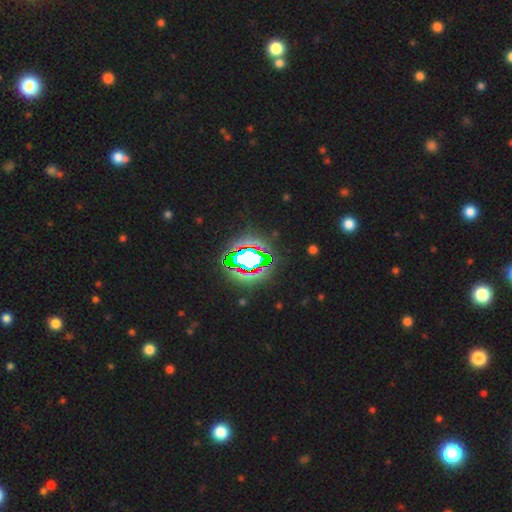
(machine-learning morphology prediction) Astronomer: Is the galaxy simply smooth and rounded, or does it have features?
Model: star or artifact — 71%.